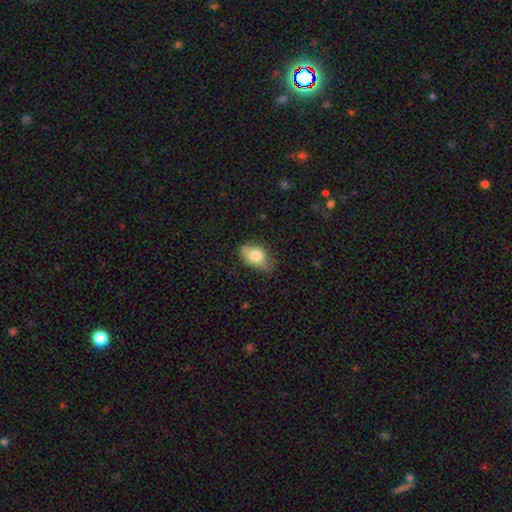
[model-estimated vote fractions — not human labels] The model was most divided on "merging": none: 52%, minor disturbance: 37%, major disturbance: 9%, merger: 2%. More confident: how rounded — in between (85%); smooth or featured — smooth (77%).